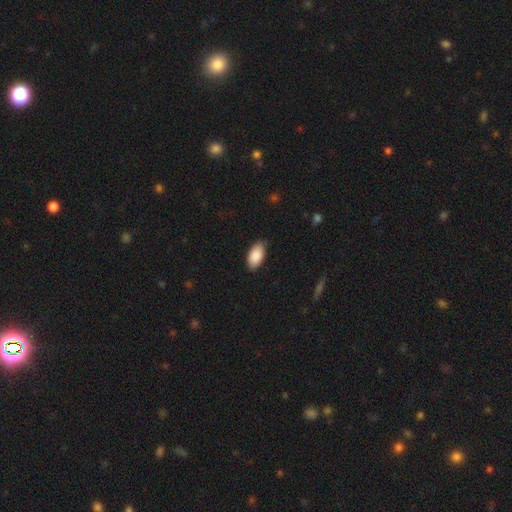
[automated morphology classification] smooth 89%, star or artifact 6%, featured or disk 5%. Down the decision tree: how rounded — in between (95%); merging — none (83%).